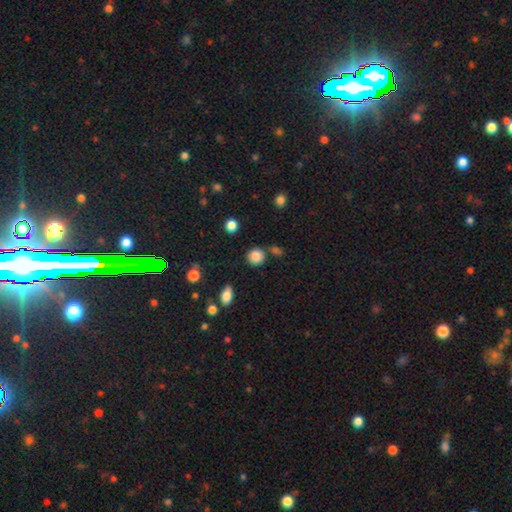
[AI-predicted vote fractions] Smooth or featured? smooth (85%)
How rounded? round (87%)
Merging? none (76%)